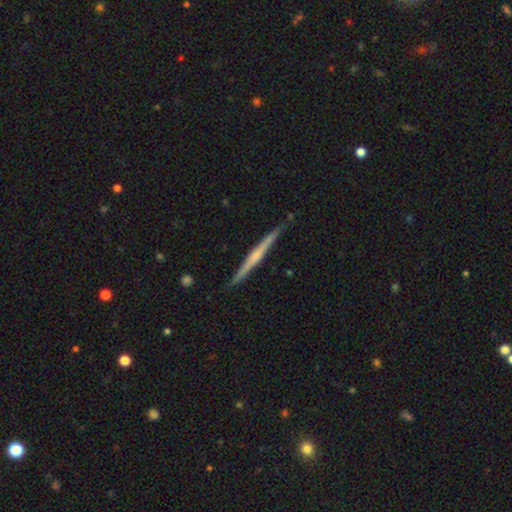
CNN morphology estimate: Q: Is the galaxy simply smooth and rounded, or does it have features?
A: featured or disk — 67%.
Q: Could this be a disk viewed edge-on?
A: yes — 98%.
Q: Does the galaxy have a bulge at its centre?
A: rounded — 45%.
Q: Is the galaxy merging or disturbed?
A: none — 89%.